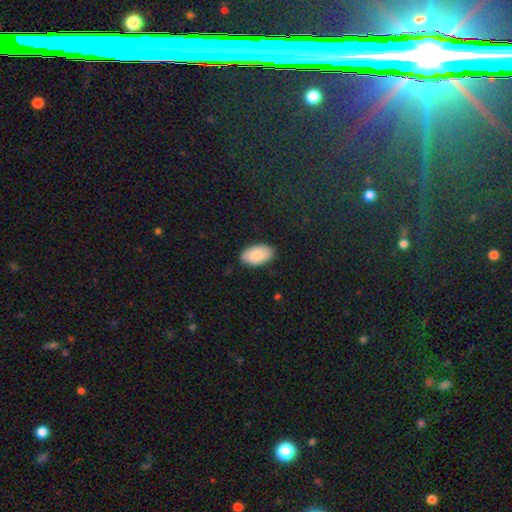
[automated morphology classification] Overall: smooth (84%). How rounded: in between (95%). Merging: none (85%).